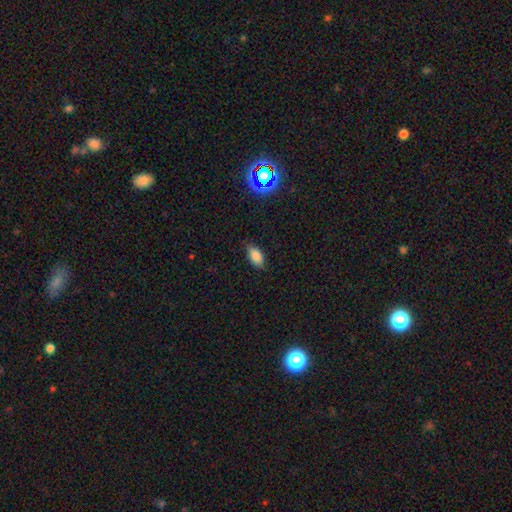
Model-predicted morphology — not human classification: A smooth galaxy with no disk features (82%) that is in between round and cigar-shaped (89%). Merging: none (79%).